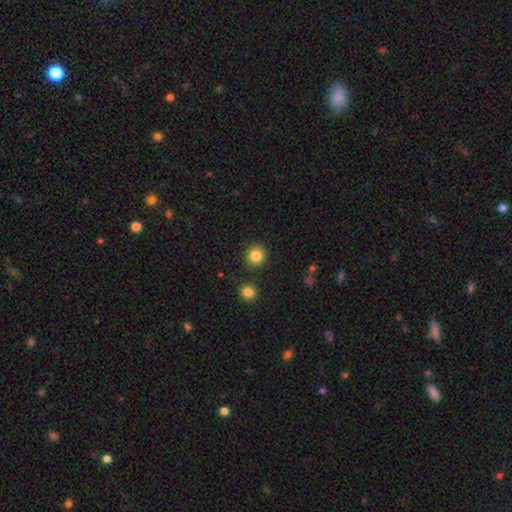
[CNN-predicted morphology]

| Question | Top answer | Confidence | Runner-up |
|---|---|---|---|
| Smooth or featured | smooth | 85% | star or artifact (10%) |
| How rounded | round | 93% | in between (6%) |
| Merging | none | 90% | minor disturbance (5%) |